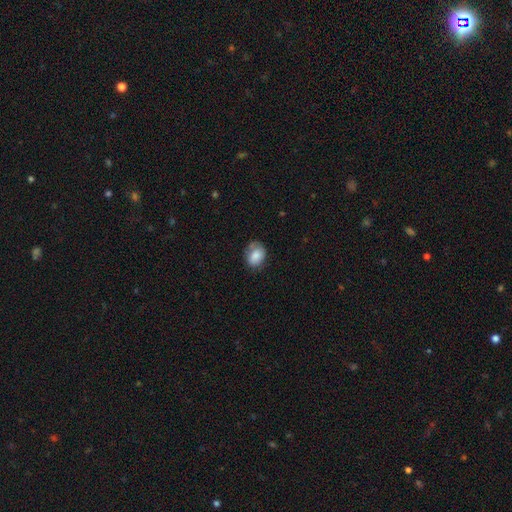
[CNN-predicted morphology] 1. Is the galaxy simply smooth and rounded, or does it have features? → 78% smooth, 14% featured or disk, 8% star or artifact.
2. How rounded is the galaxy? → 64% in between, 35% round, 1% cigar-shaped.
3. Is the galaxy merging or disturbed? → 61% none, 28% minor disturbance, 9% major disturbance, 2% merger.